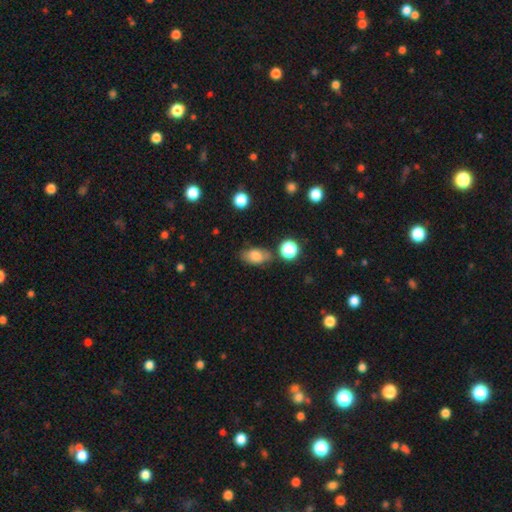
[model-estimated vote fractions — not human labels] smooth 78%, featured or disk 13%, star or artifact 10%. Down the decision tree: how rounded — in between (86%); merging — none (74%).